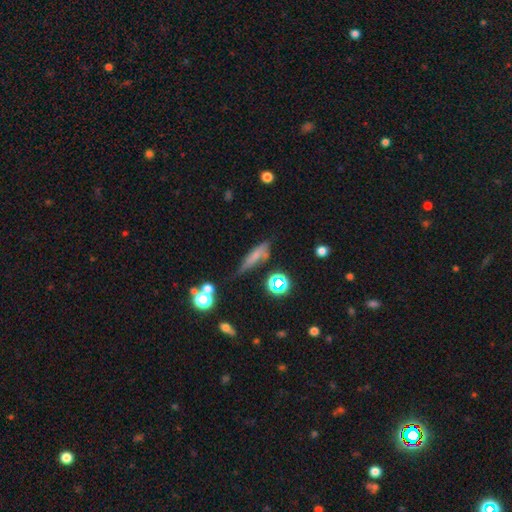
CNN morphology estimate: smooth 60%, featured or disk 24%, star or artifact 17%. Down the decision tree: how rounded — cigar-shaped (68%); merging — none (50%).